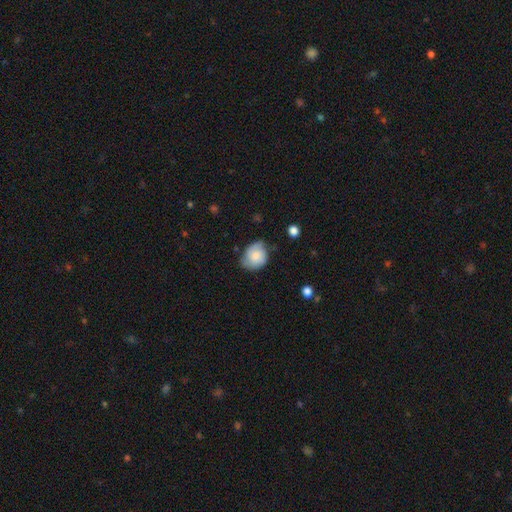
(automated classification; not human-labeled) Smooth or featured?
  - smooth: 64% *
  - featured or disk: 29%
  - star or artifact: 7%
How rounded?
  - in between: 50% *
  - round: 49%
  - cigar-shaped: 1%
Merging?
  - none: 52% *
  - minor disturbance: 37%
  - major disturbance: 9%
  - merger: 2%